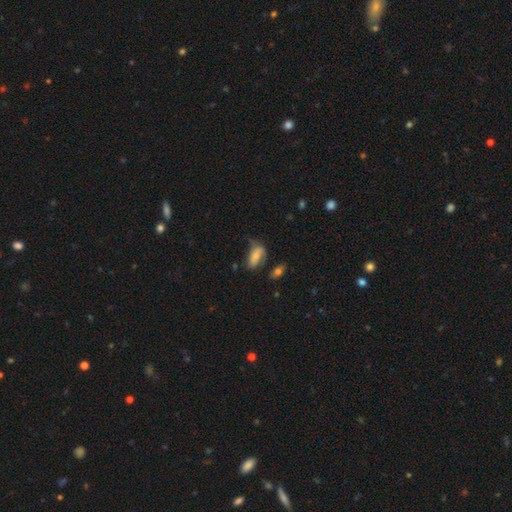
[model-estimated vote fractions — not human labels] Morphology: type=smooth (72%); roundness=in between (87%); merging=none (39%).